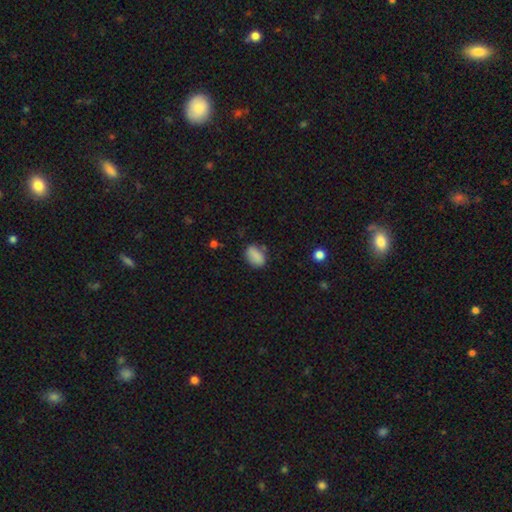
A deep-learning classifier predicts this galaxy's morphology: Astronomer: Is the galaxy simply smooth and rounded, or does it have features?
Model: smooth — 86%.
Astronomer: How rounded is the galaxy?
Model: in between — 86%.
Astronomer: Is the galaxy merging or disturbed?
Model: none — 73%.